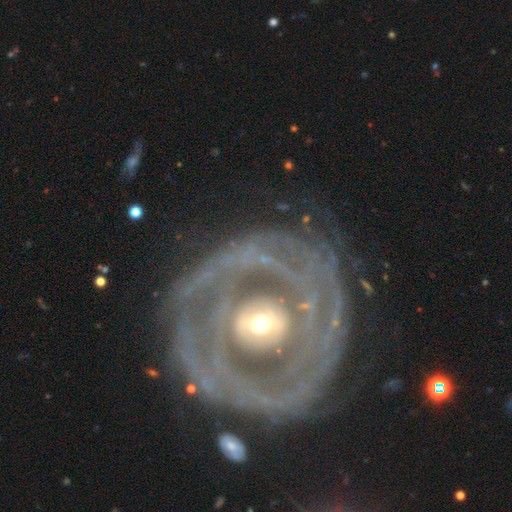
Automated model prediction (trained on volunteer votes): A featured or disk galaxy (83%) with no bar (59%), tight (75%) spiral arms (75%) and a moderate central bulge (46%). Merging: none (73%).